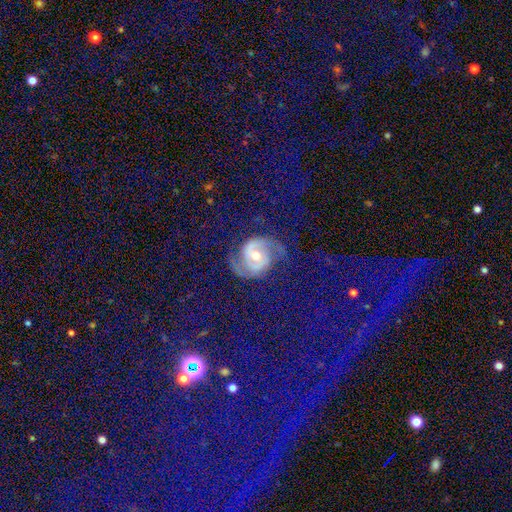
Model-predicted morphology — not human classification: The model was most divided on "bar": no: 49%, weak: 36%, strong: 15%. More confident: edge-on disk — no (97%); spiral arms — yes (94%); spiral arm count — 2 (92%); merging — none (74%); smooth or featured — featured or disk (72%); bulge size — moderate (69%); spiral winding — medium (51%).